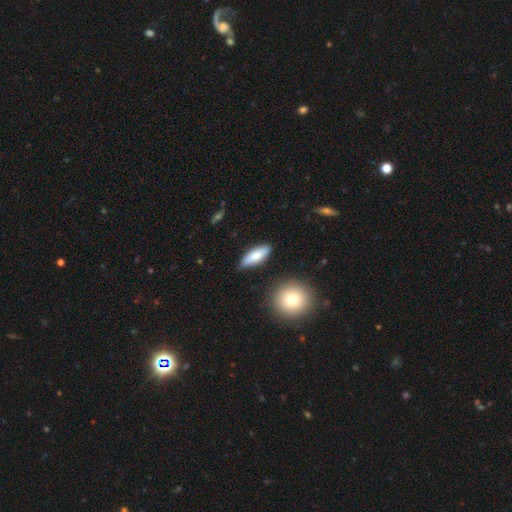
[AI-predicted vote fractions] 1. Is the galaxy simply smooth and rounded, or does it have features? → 73% smooth, 21% featured or disk, 6% star or artifact.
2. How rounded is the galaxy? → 56% in between, 42% cigar-shaped, 3% round.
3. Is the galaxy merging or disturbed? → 84% none, 11% minor disturbance, 2% merger, 2% major disturbance.